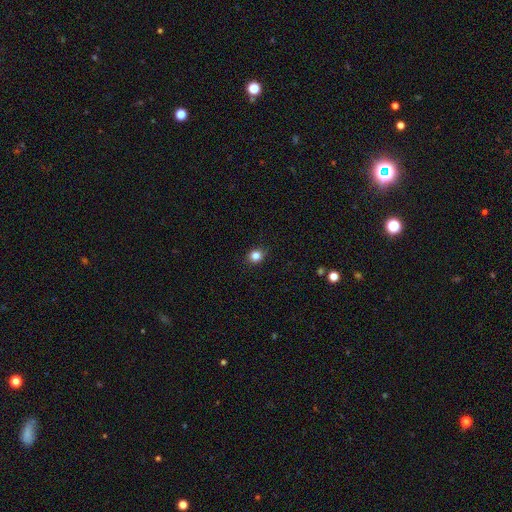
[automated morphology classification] The model was most divided on "how rounded": round: 78%, in between: 21%, cigar-shaped: 1%. More confident: merging — none (90%); smooth or featured — smooth (83%).